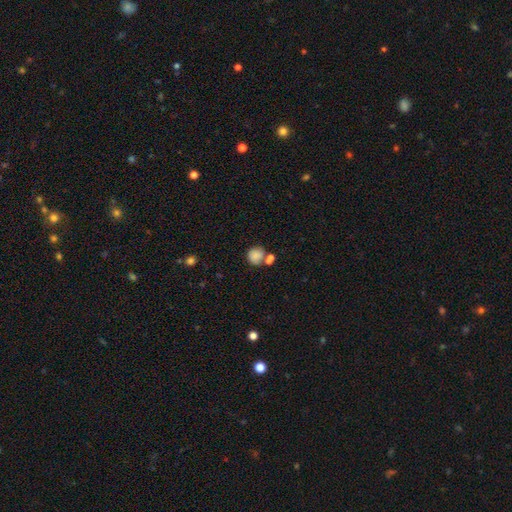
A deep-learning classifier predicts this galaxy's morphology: Smooth or featured?
  - smooth: 82% *
  - star or artifact: 9%
  - featured or disk: 9%
How rounded?
  - round: 78% *
  - in between: 21%
  - cigar-shaped: 1%
Merging?
  - none: 44% *
  - merger: 36%
  - minor disturbance: 13%
  - major disturbance: 6%